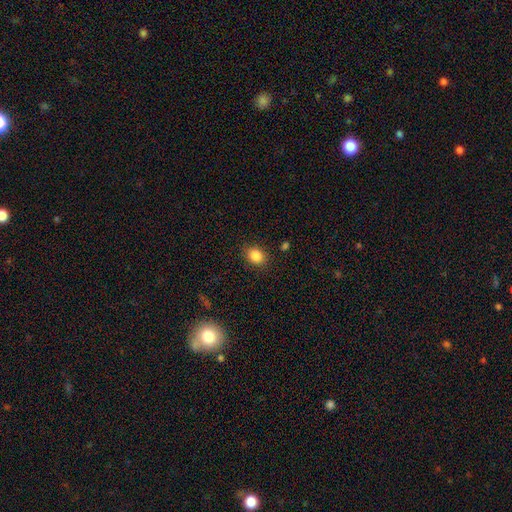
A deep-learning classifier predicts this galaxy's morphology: Overall: smooth (85%). How rounded: round (52%; in between 47%). Merging: none (86%).